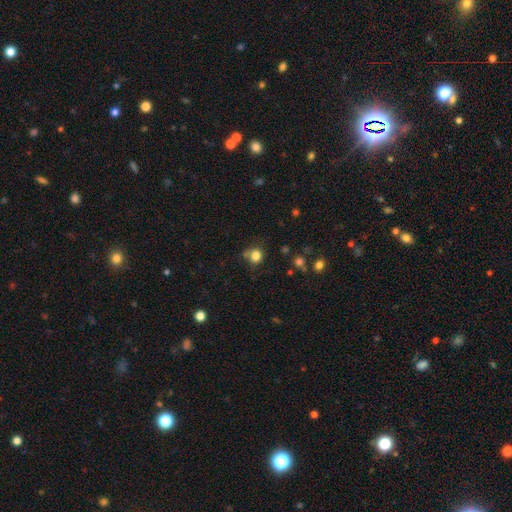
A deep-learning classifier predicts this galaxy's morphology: smooth 81%, star or artifact 13%, featured or disk 6%. Down the decision tree: how rounded — round (83%); merging — none (65%).